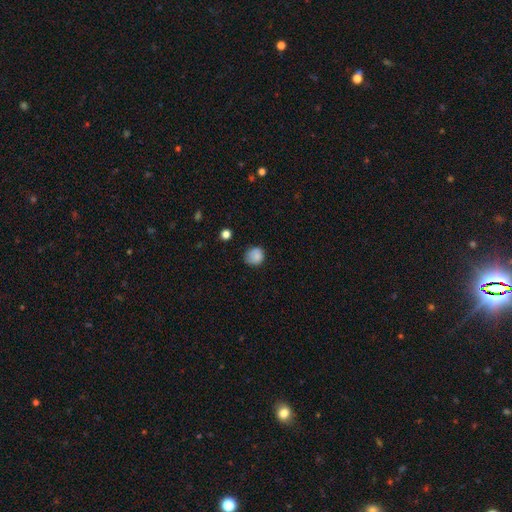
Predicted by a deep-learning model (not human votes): Morphology: type=smooth (84%); roundness=round (82%); merging=none (70%).